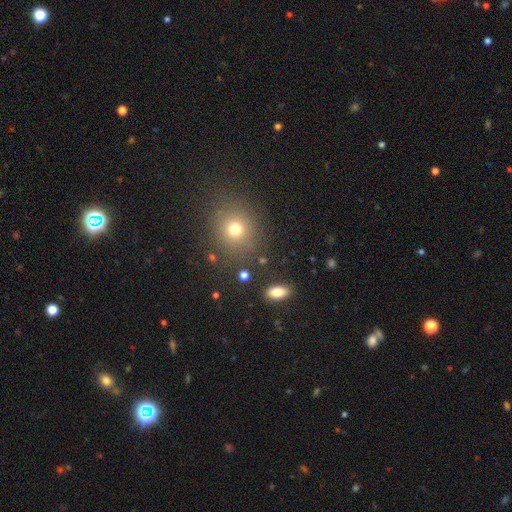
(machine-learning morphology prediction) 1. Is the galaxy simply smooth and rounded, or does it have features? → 62% smooth, 30% star or artifact, 8% featured or disk.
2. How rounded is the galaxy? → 78% round, 21% in between, 1% cigar-shaped.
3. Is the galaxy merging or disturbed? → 86% none, 8% minor disturbance, 4% merger, 3% major disturbance.